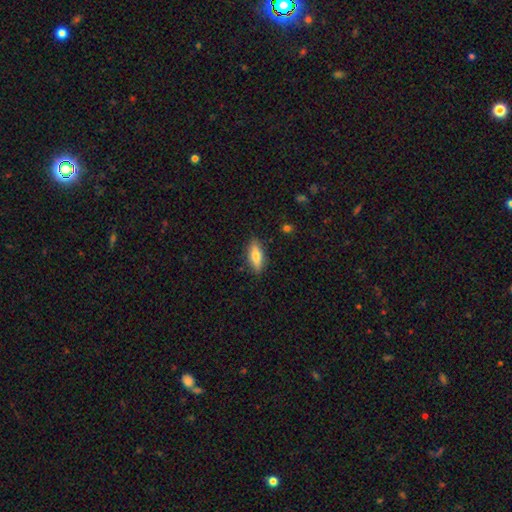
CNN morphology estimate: smooth-or-featured: smooth: 67% | featured or disk: 27% | star or artifact: 7%
  how-rounded: in between: 58% | cigar-shaped: 39% | round: 3%
  merging: none: 85% | minor disturbance: 12% | major disturbance: 2% | merger: 1%